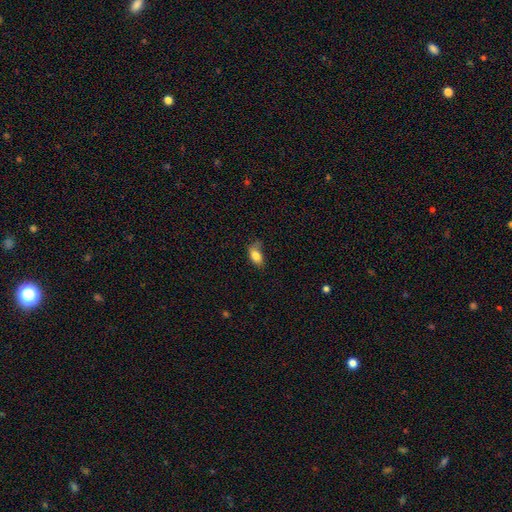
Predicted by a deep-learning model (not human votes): smooth_or_featured: smooth (p=0.82) [alt: featured or disk p=0.10]
how_rounded: in between (p=0.90) [alt: round p=0.07]
merging: none (p=0.48) [alt: minor disturbance p=0.35]